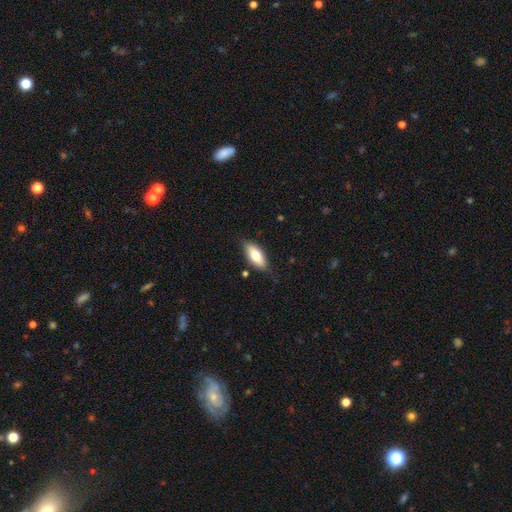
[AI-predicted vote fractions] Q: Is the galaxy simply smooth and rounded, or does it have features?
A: smooth — 72%.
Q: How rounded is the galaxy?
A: in between — 83%.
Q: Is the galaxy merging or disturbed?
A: none — 80%.